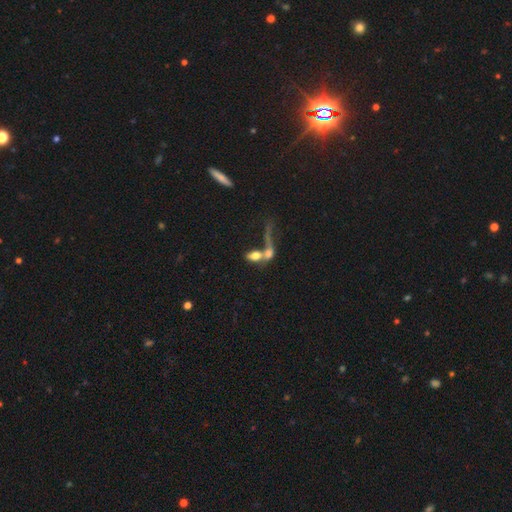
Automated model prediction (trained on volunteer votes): Morphology: type=smooth (63%); roundness=in between (72%); merging=merger (66%).